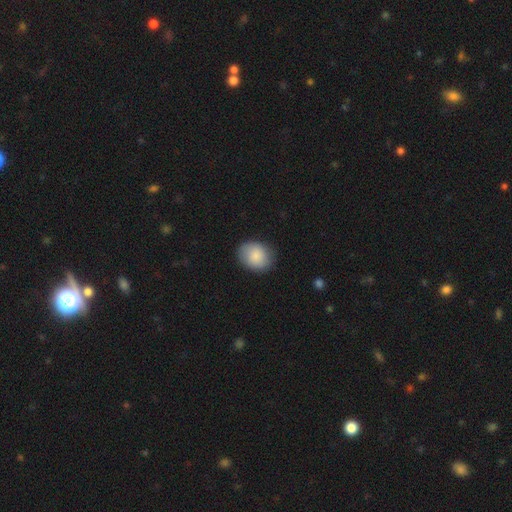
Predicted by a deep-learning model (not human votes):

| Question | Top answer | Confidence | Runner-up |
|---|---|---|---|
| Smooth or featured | smooth | 86% | featured or disk (8%) |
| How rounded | in between | 51% | round (49%) |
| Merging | none | 85% | minor disturbance (11%) |